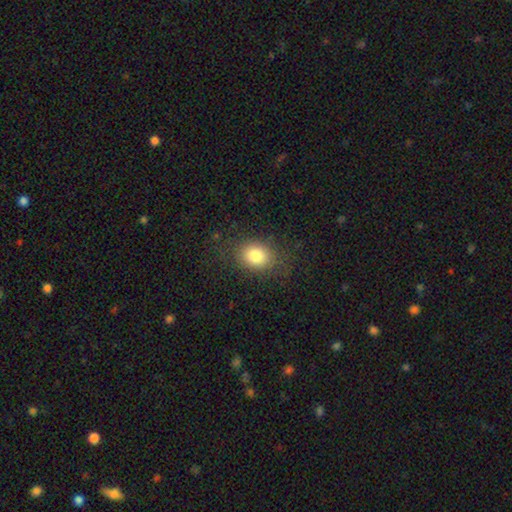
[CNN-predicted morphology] smooth 81%, star or artifact 10%, featured or disk 8%. Down the decision tree: how rounded — in between (54%); merging — none (80%).